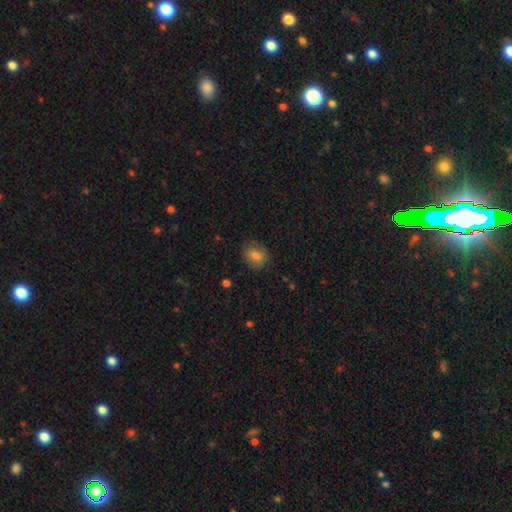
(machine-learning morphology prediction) A smooth galaxy with no disk features (76%) that is round (52%). Merging: none (78%).